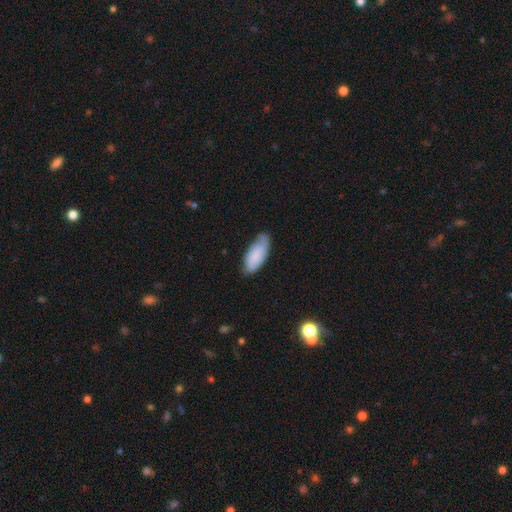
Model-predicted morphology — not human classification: Smooth or featured: smooth — 79% (featured or disk — 15%)
How rounded: in between — 84% (cigar-shaped — 14%)
Merging: none — 61% (minor disturbance — 31%)